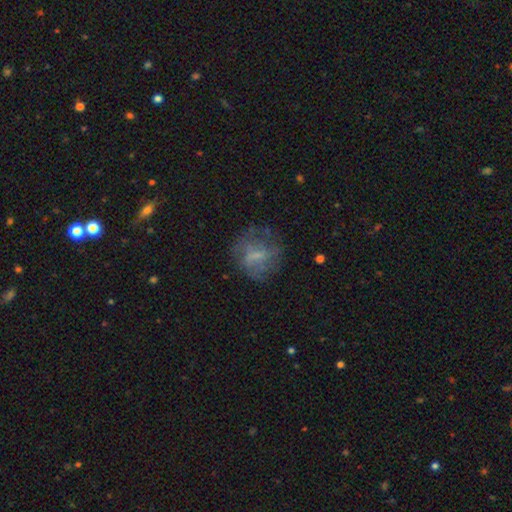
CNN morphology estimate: Smooth or featured?
  - featured or disk: 47% *
  - smooth: 40%
  - star or artifact: 12%
Merging?
  - none: 60% *
  - minor disturbance: 19%
  - major disturbance: 18%
  - merger: 2%